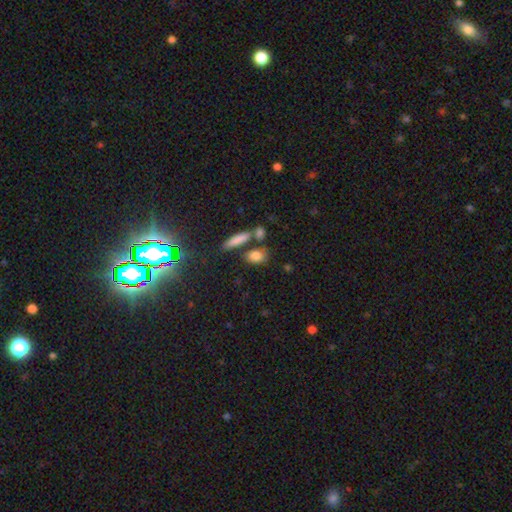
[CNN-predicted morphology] Smooth or featured? smooth (81%)
How rounded? in between (65%)
Merging? none (64%)